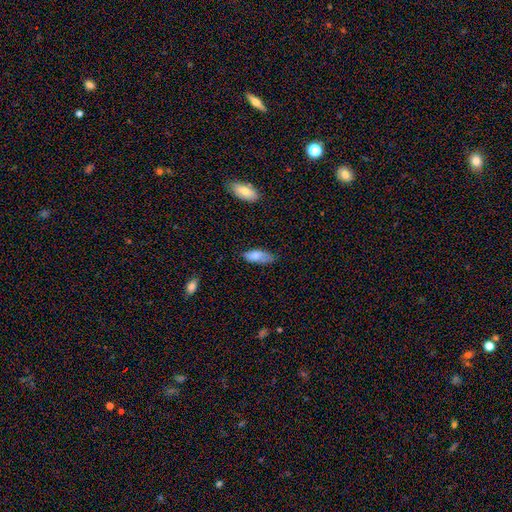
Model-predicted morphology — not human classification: This appears to be a smooth galaxy with no disk features (81%) that is in between round and cigar-shaped (81%). Merging: none (54%).